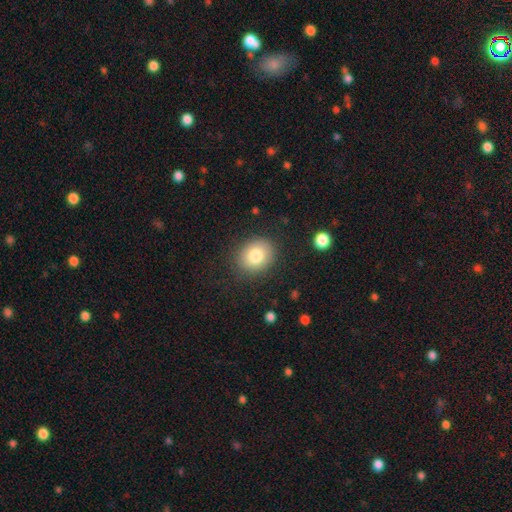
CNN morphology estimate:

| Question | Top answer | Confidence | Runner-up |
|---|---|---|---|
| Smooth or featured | smooth | 81% | star or artifact (10%) |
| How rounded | round | 62% | in between (37%) |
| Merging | none | 86% | minor disturbance (10%) |